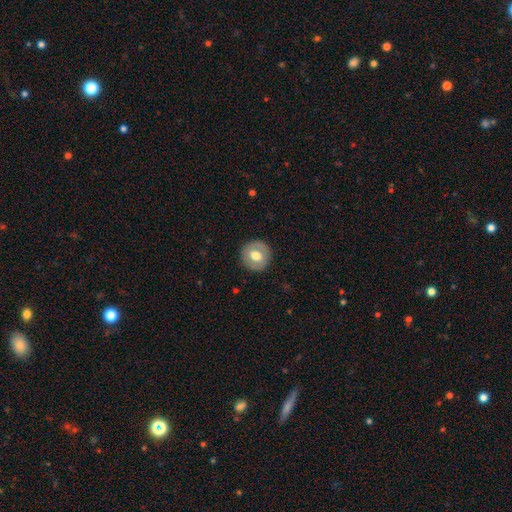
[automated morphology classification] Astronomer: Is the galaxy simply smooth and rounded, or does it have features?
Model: smooth — 62%.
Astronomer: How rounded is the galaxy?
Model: round — 92%.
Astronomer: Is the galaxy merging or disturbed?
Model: none — 89%.